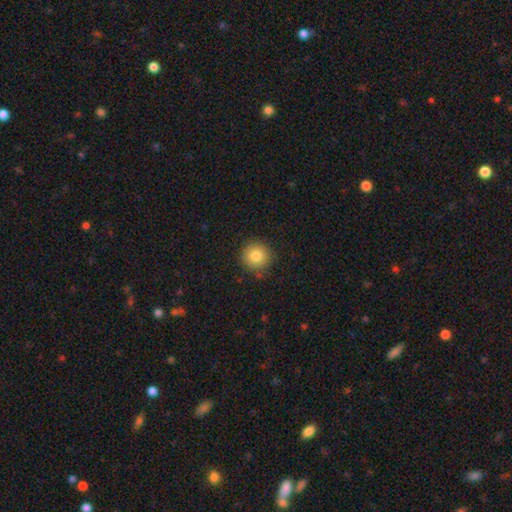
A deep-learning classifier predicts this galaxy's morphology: smooth_or_featured: smooth (p=0.83) [alt: star or artifact p=0.10]
how_rounded: round (p=0.94) [alt: in between p=0.05]
merging: none (p=0.86) [alt: minor disturbance p=0.09]